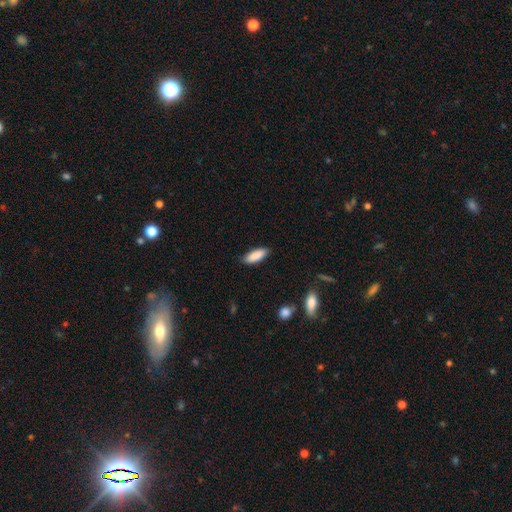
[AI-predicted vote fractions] Smooth or featured: smooth — 89% (star or artifact — 6%)
How rounded: in between — 65% (cigar-shaped — 34%)
Merging: none — 87% (minor disturbance — 10%)